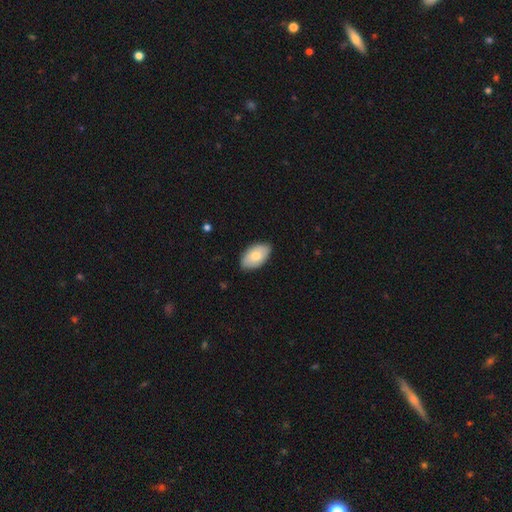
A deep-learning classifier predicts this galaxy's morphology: type=smooth (77%); roundness=in between (95%); merging=none (85%).